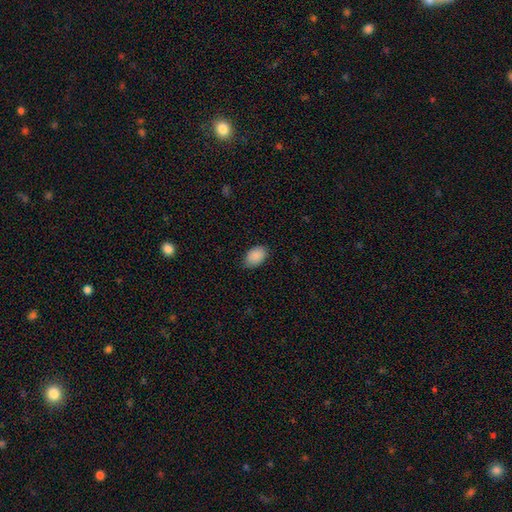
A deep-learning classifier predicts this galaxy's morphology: Smooth or featured: smooth — 90% (star or artifact — 7%)
How rounded: in between — 90% (round — 9%)
Merging: none — 80% (minor disturbance — 17%)